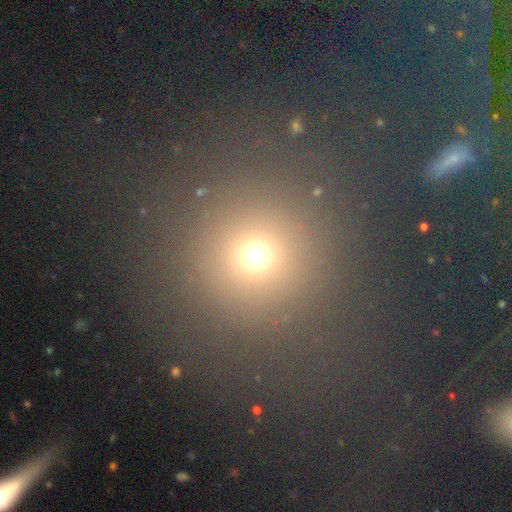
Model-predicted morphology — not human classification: The model was most divided on "smooth or featured": smooth: 68%, star or artifact: 24%, featured or disk: 8%. More confident: how rounded — round (91%); merging — none (77%).